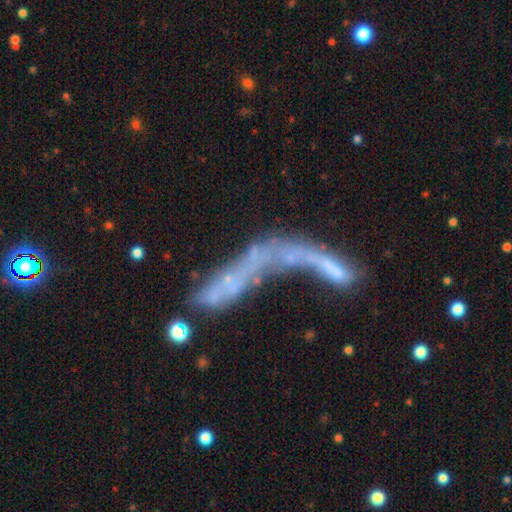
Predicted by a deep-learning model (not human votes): Smooth or featured: featured or disk — 34% (smooth — 33%)
Merging: none — 36% (merger — 32%)